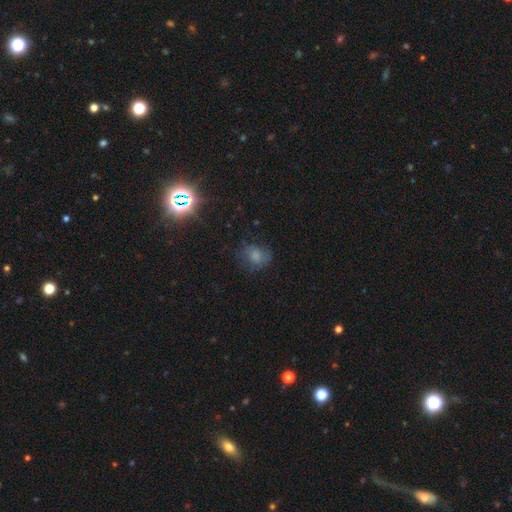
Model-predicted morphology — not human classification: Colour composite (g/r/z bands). It shows a smooth galaxy with no disk features (70%) that is round (60%). Merging: none (60%).